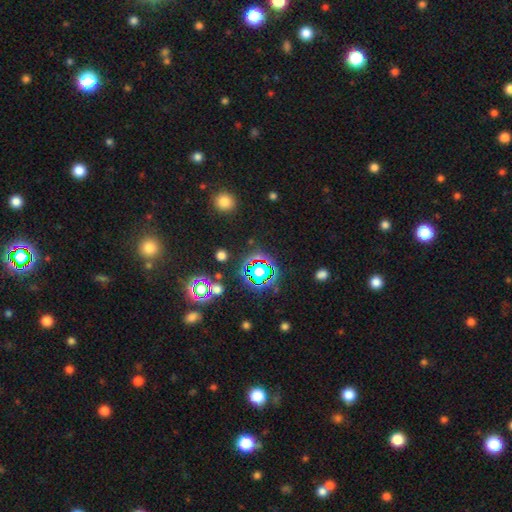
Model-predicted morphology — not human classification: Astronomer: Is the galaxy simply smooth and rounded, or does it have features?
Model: star or artifact — 75%.